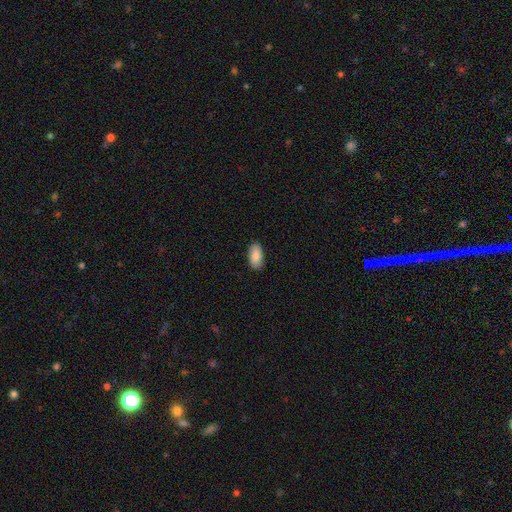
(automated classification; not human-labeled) Overall: smooth (89%). How rounded: in between (94%). Merging: none (88%).